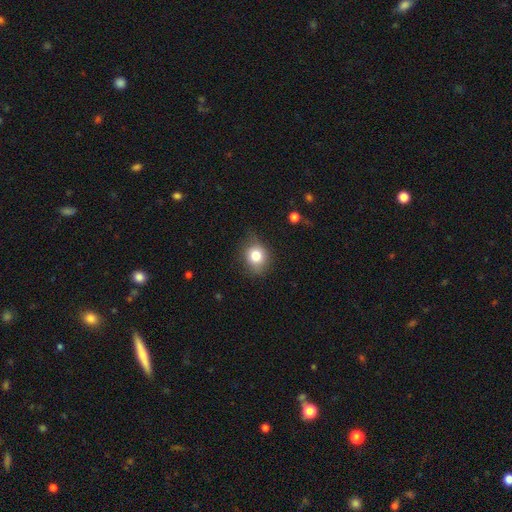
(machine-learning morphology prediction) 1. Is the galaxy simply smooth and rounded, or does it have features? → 79% smooth, 11% star or artifact, 10% featured or disk.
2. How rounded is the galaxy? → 69% round, 30% in between, 1% cigar-shaped.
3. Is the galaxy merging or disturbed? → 72% none, 21% minor disturbance, 5% major disturbance, 1% merger.